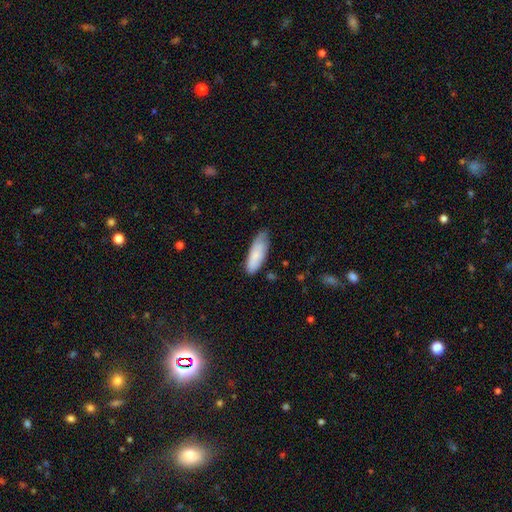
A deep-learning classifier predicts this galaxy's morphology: Overall: smooth (79%). How rounded: in between (69%; cigar-shaped 30%). Merging: none (61%; minor disturbance 31%).